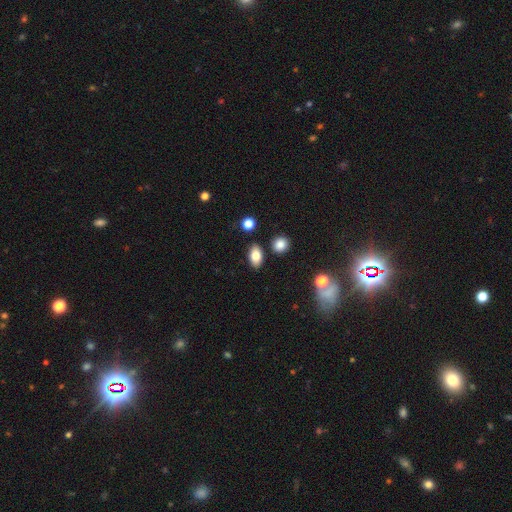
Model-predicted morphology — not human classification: smooth-or-featured: smooth: 79% | featured or disk: 12% | star or artifact: 9%
  how-rounded: in between: 88% | round: 8% | cigar-shaped: 4%
  merging: none: 84% | minor disturbance: 9% | merger: 5% | major disturbance: 2%